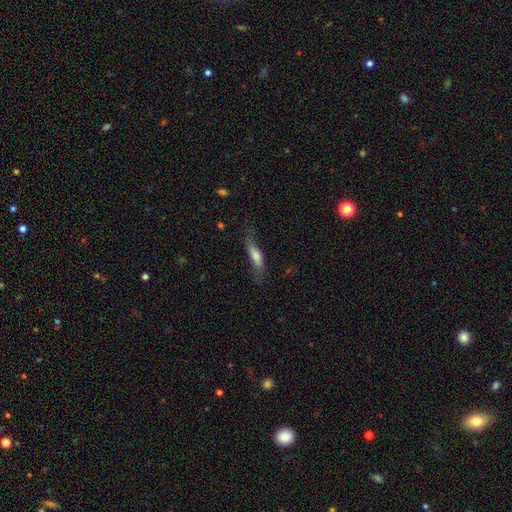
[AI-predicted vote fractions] Morphology: type=smooth (61%); roundness=cigar-shaped (66%); merging=none (56%).